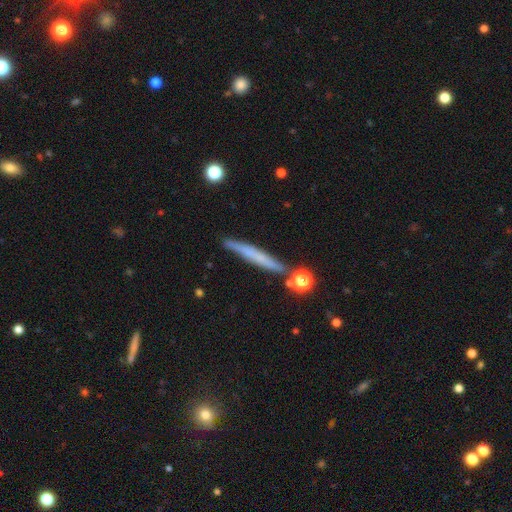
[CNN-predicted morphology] Smooth or featured? smooth (51%)
How rounded? cigar-shaped (95%)
Merging? none (83%)